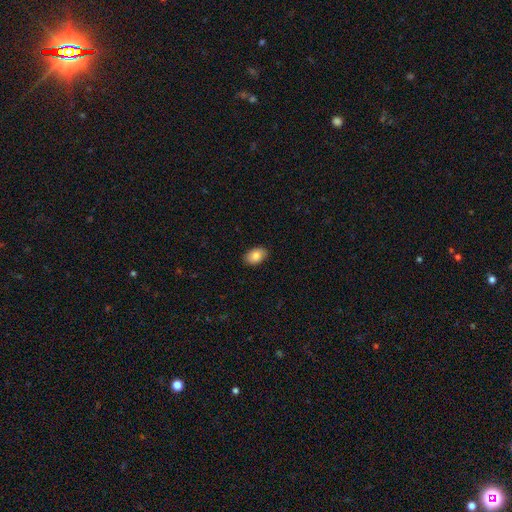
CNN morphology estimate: Smooth or featured? smooth (85%)
How rounded? in between (89%)
Merging? none (88%)